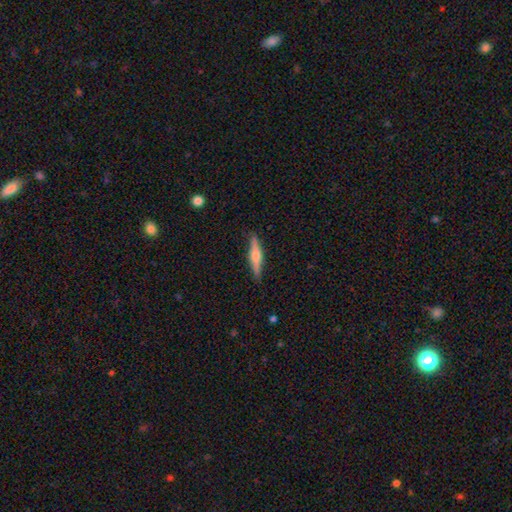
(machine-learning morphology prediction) Smooth or featured? featured or disk (61%)
Edge-on disk? yes (97%)
Edge-on bulge? rounded (88%)
Merging? none (89%)